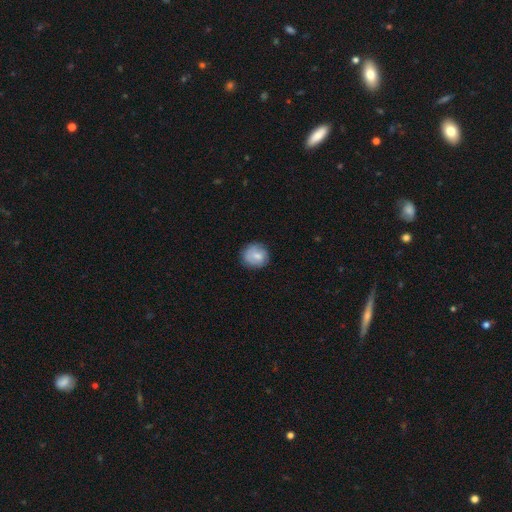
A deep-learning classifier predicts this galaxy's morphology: Smooth or featured? Predicted: smooth (p=0.78). How rounded? Predicted: round (p=0.84). Merging? Predicted: none (p=0.80).